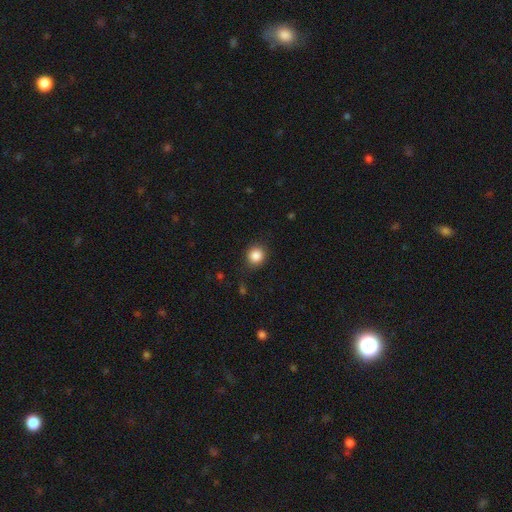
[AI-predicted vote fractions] smooth 86%, star or artifact 10%, featured or disk 4%. Down the decision tree: how rounded — round (86%); merging — none (86%).